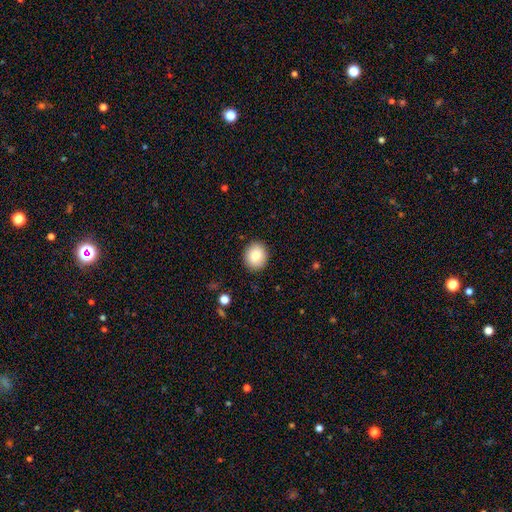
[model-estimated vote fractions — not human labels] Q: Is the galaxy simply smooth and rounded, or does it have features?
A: smooth — 82%.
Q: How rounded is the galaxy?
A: round — 75%.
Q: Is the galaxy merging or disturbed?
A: none — 90%.